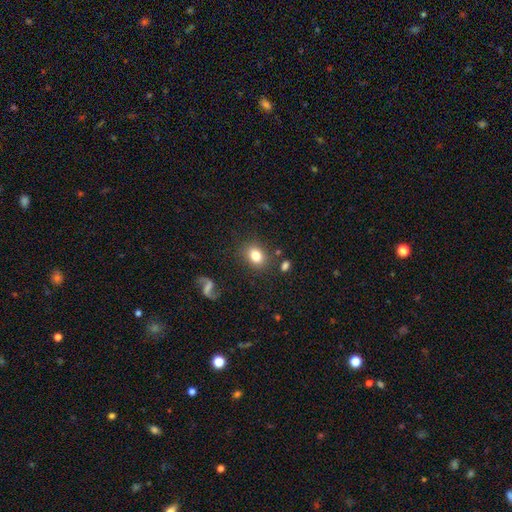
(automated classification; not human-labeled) Q: Smooth or featured?
A: smooth (78%); runner-up: featured or disk (12%)
Q: How rounded?
A: in between (52%); runner-up: round (47%)
Q: Merging?
A: none (80%); runner-up: minor disturbance (12%)